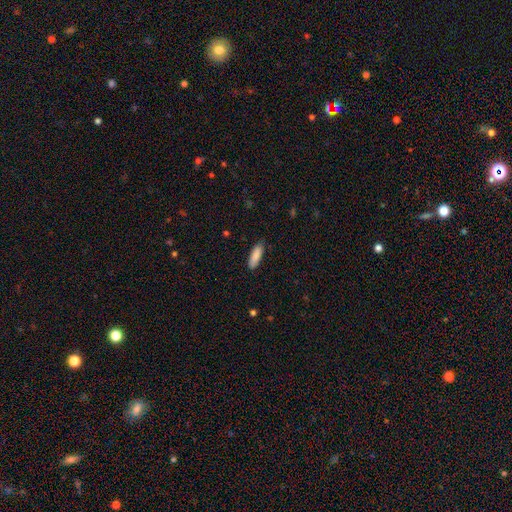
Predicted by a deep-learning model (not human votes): Smooth or featured? smooth (89%)
How rounded? in between (56%)
Merging? none (84%)